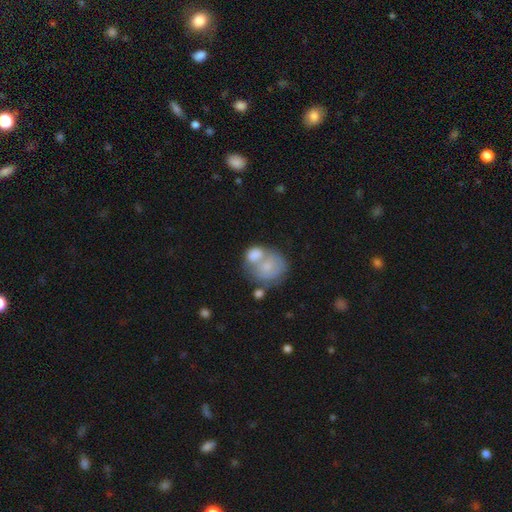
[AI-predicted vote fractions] This appears to be a smooth galaxy with no disk features (66%) that is round (61%). Merging: merger (56%).